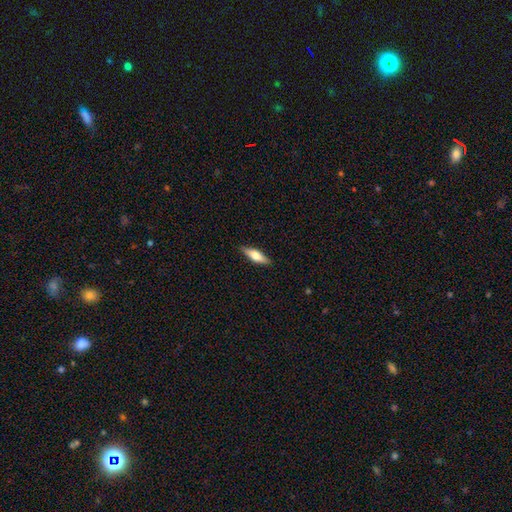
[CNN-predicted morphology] smooth 53%, featured or disk 41%, star or artifact 6%. Down the decision tree: how rounded — cigar-shaped (51%); merging — none (88%).